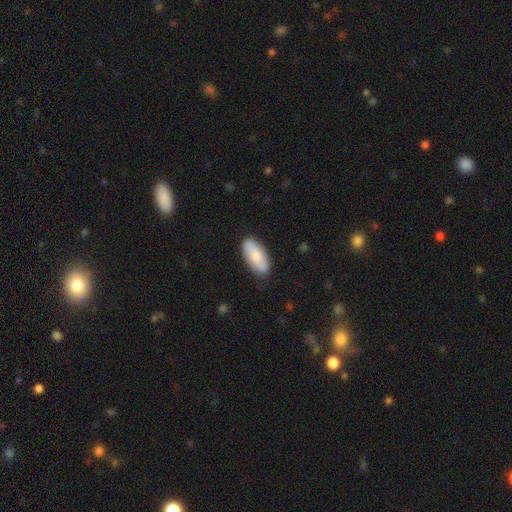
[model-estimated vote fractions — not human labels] A smooth galaxy with no disk features (72%) that is in between round and cigar-shaped (87%). Merging: none (84%).